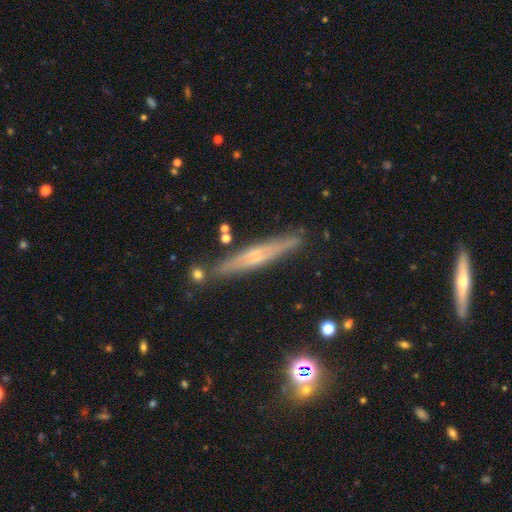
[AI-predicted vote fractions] This appears to be a featured or disk galaxy (58%) viewed edge-on (94%) with a rounded central bulge (47%). Merging: none (85%).